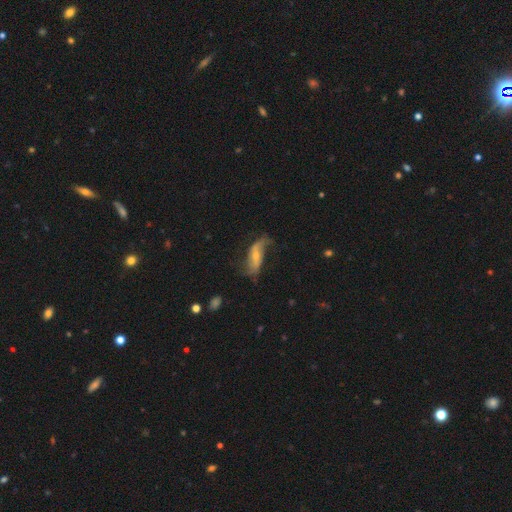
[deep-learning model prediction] Smooth or featured?
  - featured or disk: 72% *
  - smooth: 21%
  - star or artifact: 7%
Edge-on disk?
  - no: 90% *
  - yes: 10%
Bar?
  - no: 41% *
  - weak: 36%
  - strong: 24%
Spiral arms?
  - yes: 89% *
  - no: 11%
Spiral winding?
  - loose: 84% *
  - medium: 12%
  - tight: 4%
Spiral arm count?
  - 2: 85% *
  - 1: 6%
  - can't tell: 5%
  - 3: 1%
  - 4: 1%
  - more than 4: 1%
Bulge size?
  - small: 55% *
  - moderate: 37%
  - none: 5%
  - large: 2%
  - dominant: 1%
Merging?
  - none: 53% *
  - minor disturbance: 25%
  - major disturbance: 19%
  - merger: 3%